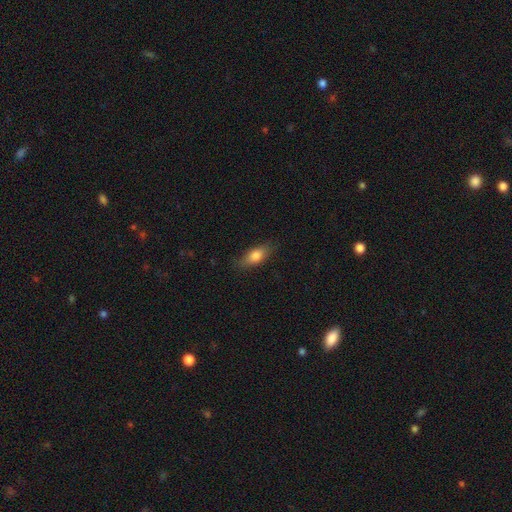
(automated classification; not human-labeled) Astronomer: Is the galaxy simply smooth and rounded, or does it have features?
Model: smooth — 76%.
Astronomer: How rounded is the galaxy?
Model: in between — 78%.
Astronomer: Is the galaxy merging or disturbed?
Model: none — 79%.